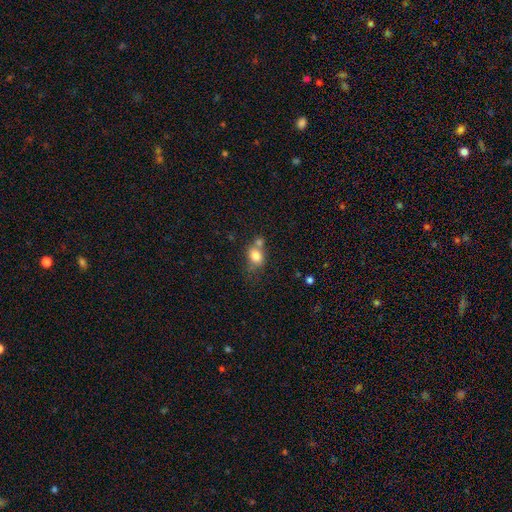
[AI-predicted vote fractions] Smooth or featured?
  - smooth: 79% *
  - featured or disk: 11%
  - star or artifact: 10%
How rounded?
  - in between: 52% *
  - round: 46%
  - cigar-shaped: 1%
Merging?
  - merger: 40% *
  - none: 39%
  - minor disturbance: 15%
  - major disturbance: 7%